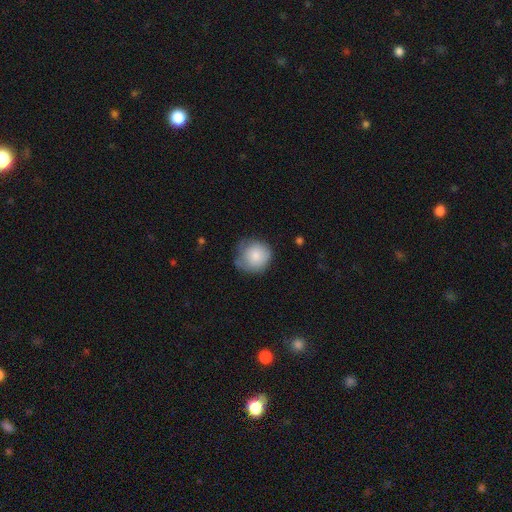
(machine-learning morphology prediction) smooth-or-featured: smooth: 81% | featured or disk: 12% | star or artifact: 7%
  how-rounded: round: 87% | in between: 12% | cigar-shaped: 1%
  merging: none: 51% | minor disturbance: 36% | major disturbance: 10% | merger: 3%